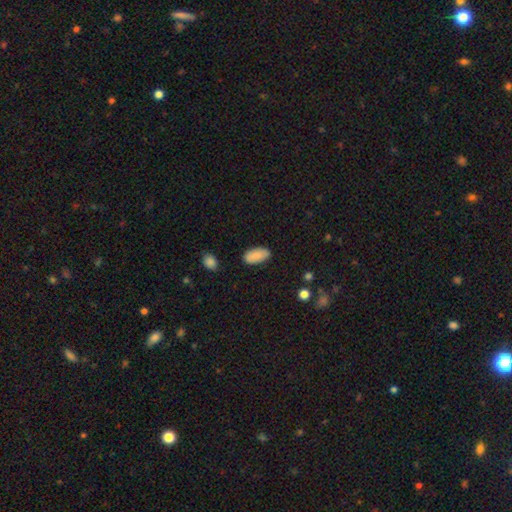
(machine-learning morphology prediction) Smooth or featured?
  - smooth: 86% *
  - star or artifact: 7%
  - featured or disk: 7%
How rounded?
  - in between: 93% *
  - cigar-shaped: 5%
  - round: 2%
Merging?
  - none: 83% *
  - minor disturbance: 13%
  - major disturbance: 3%
  - merger: 2%